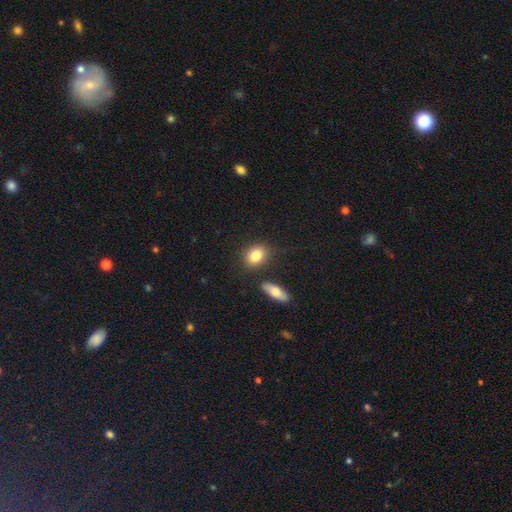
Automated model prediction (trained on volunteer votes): A smooth galaxy with no disk features (84%) that is in between round and cigar-shaped (61%). Merging: none (75%).